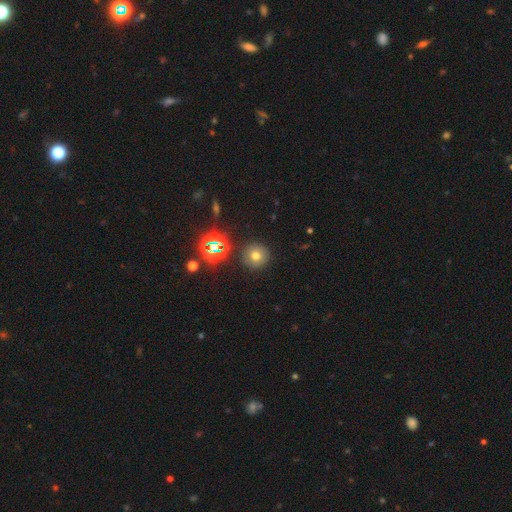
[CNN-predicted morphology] smooth 63%, star or artifact 23%, featured or disk 13%. Down the decision tree: how rounded — round (94%); merging — none (87%).